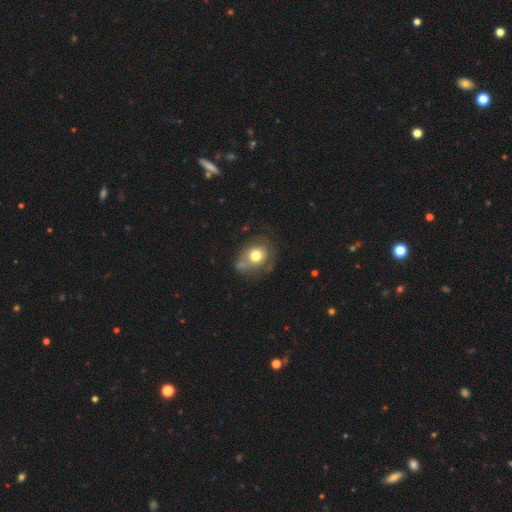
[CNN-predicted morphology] This is likely a smooth galaxy (69%). How rounded: likely round (63%). Merging: possibly none (46%).